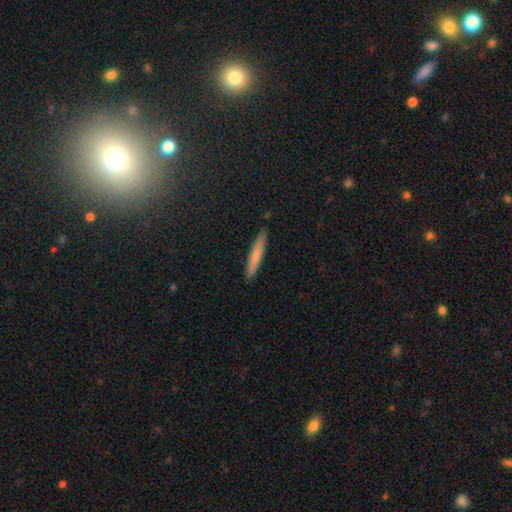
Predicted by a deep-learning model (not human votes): A smooth galaxy with no disk features (71%) that is cigar-shaped (93%).

Vote fractions:
- Smooth or featured? smooth: 71% / featured or disk: 22% / star or artifact: 7%
- How rounded? cigar-shaped: 93% / in between: 5% / round: 1%
- Merging? none: 89% / minor disturbance: 8% / major disturbance: 2% / merger: 1%